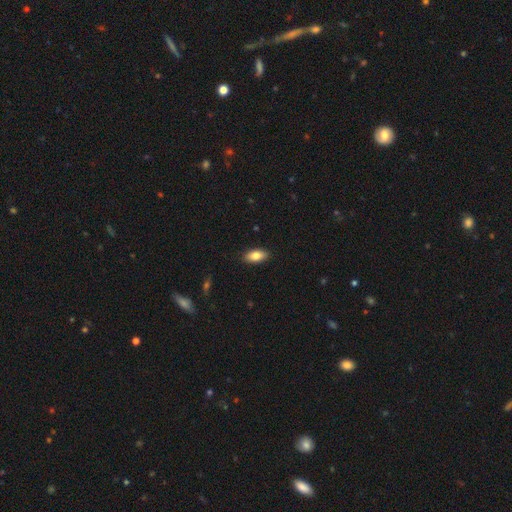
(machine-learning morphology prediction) The model was most divided on "smooth or featured": smooth: 82%, featured or disk: 11%, star or artifact: 7%. More confident: how rounded — in between (90%); merging — none (89%).